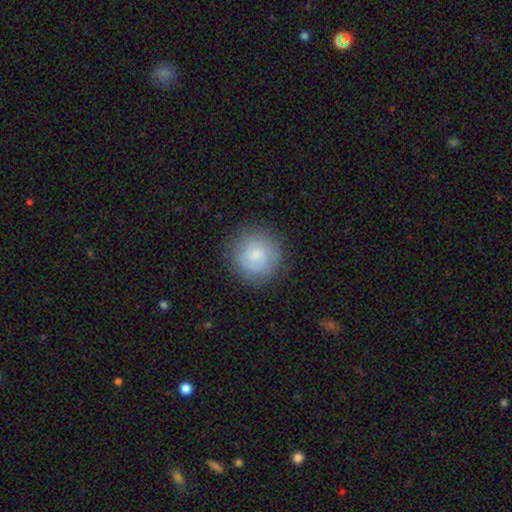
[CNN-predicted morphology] This appears to be a smooth galaxy with no disk features (66%) that is round (93%). Merging: none (84%).